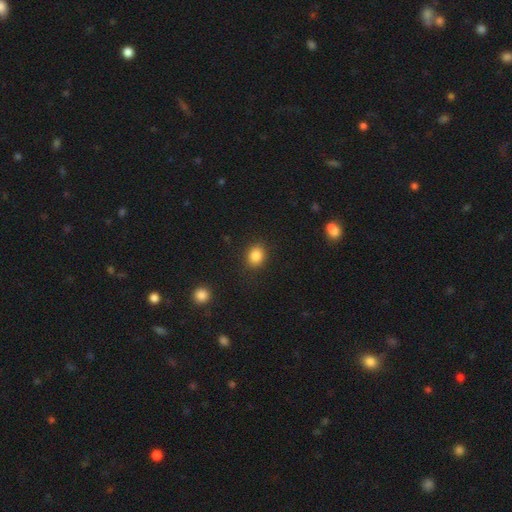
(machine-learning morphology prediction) smooth 86%, star or artifact 10%, featured or disk 4%. Down the decision tree: how rounded — round (54%); merging — none (86%).